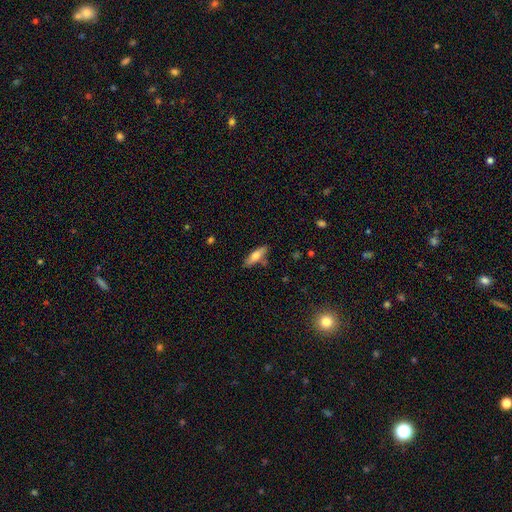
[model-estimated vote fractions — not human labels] Smooth or featured?
  - smooth: 70% *
  - featured or disk: 24%
  - star or artifact: 6%
How rounded?
  - cigar-shaped: 51% *
  - in between: 47%
  - round: 2%
Merging?
  - none: 76% *
  - minor disturbance: 16%
  - merger: 5%
  - major disturbance: 3%